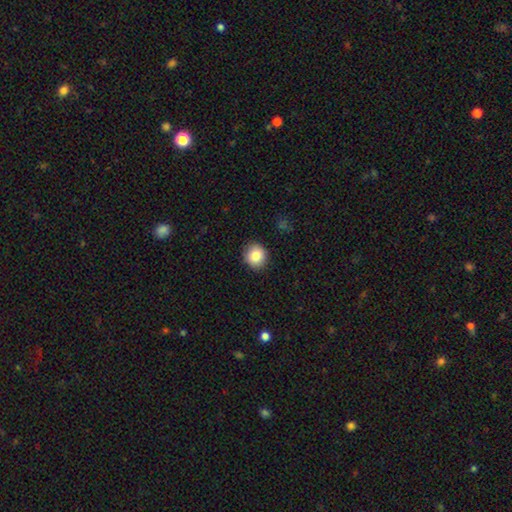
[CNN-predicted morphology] smooth_or_featured: smooth (p=0.84) [alt: star or artifact p=0.09]
how_rounded: round (p=0.86) [alt: in between p=0.13]
merging: none (p=0.90) [alt: minor disturbance p=0.07]